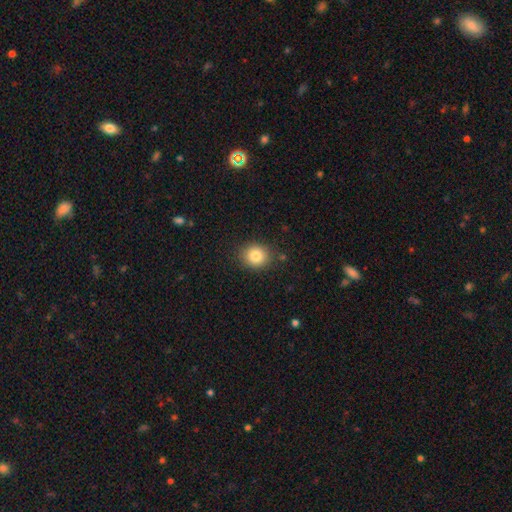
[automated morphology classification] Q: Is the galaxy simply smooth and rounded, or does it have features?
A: smooth — 83%.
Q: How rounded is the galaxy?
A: round — 75%.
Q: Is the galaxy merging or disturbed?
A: none — 87%.